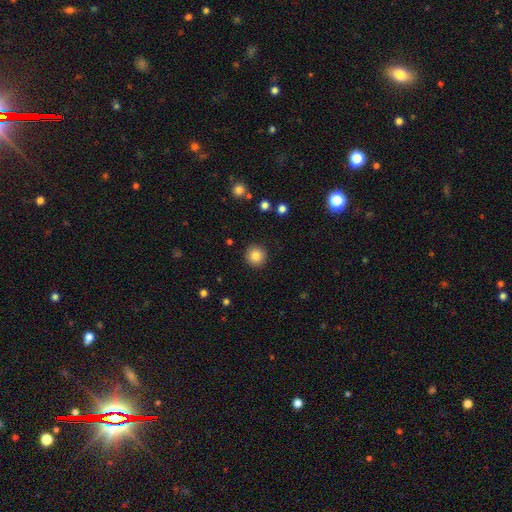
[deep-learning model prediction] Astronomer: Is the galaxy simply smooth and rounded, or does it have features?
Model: smooth — 84%.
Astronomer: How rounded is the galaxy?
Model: round — 95%.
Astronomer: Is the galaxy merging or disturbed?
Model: none — 92%.